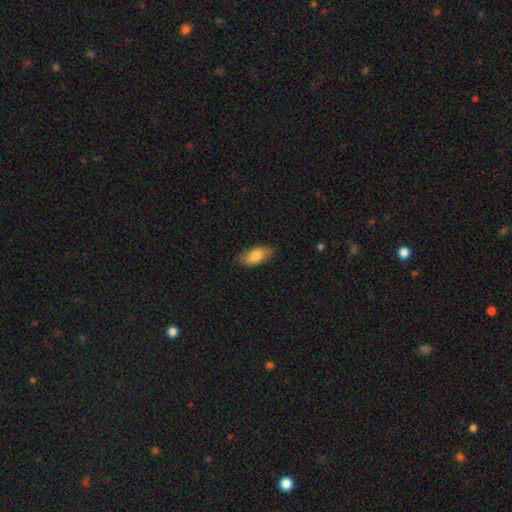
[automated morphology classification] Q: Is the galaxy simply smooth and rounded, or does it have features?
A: smooth — 79%.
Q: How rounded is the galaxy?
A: in between — 92%.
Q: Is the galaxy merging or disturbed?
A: none — 82%.